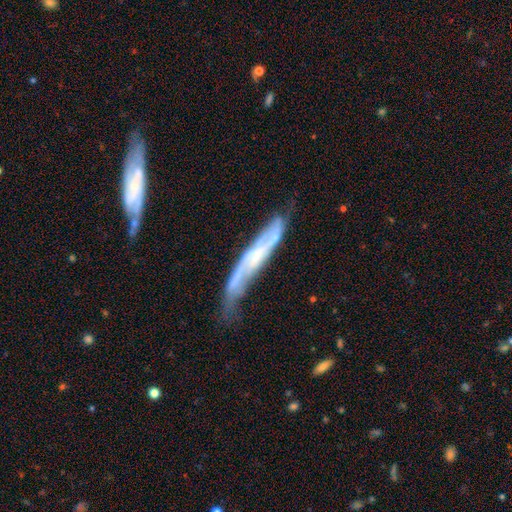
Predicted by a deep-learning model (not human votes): Smooth or featured? Predicted: featured or disk (p=0.77). Edge-on disk? Predicted: no (p=0.56). Merging? Predicted: none (p=0.54).